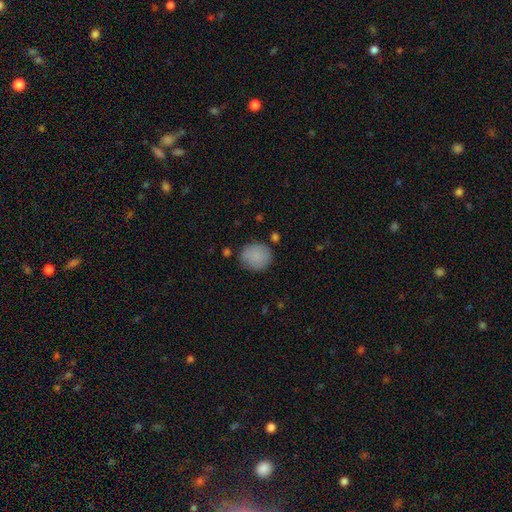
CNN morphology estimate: A smooth galaxy with no disk features (87%) that is round (81%).

Vote fractions:
- Smooth or featured? smooth: 87% / star or artifact: 8% / featured or disk: 5%
- How rounded? round: 81% / in between: 18% / cigar-shaped: 1%
- Merging? none: 77% / minor disturbance: 15% / major disturbance: 4% / merger: 4%